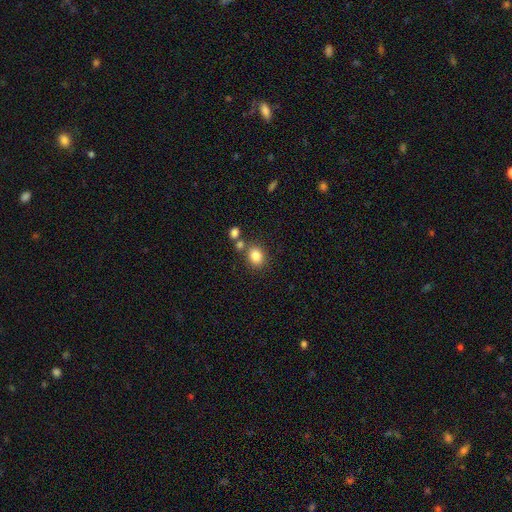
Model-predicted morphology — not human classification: Smooth or featured: smooth — 84% (star or artifact — 10%)
How rounded: round — 60% (in between — 39%)
Merging: none — 69% (merger — 16%)